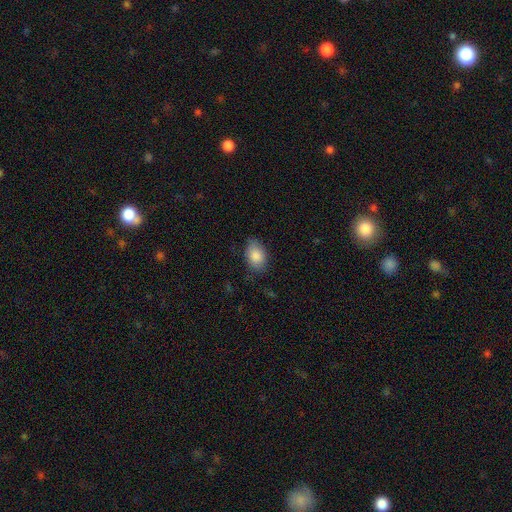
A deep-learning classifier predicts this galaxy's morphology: smooth_or_featured: smooth (p=0.86) [alt: star or artifact p=0.07]
how_rounded: in between (p=0.85) [alt: round p=0.14]
merging: none (p=0.77) [alt: minor disturbance p=0.18]